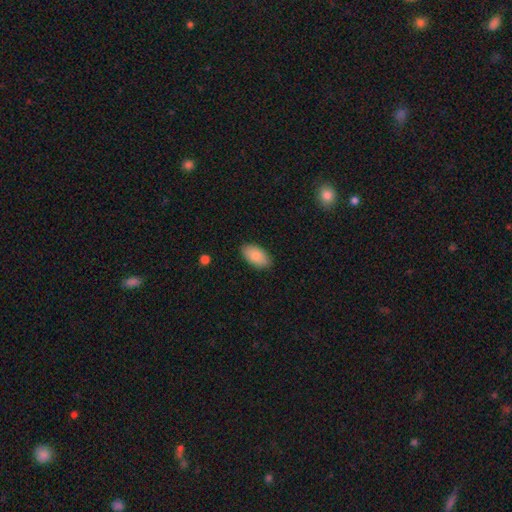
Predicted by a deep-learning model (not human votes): Q: Smooth or featured?
A: smooth (85%); runner-up: featured or disk (8%)
Q: How rounded?
A: in between (95%); runner-up: round (3%)
Q: Merging?
A: none (86%); runner-up: minor disturbance (10%)